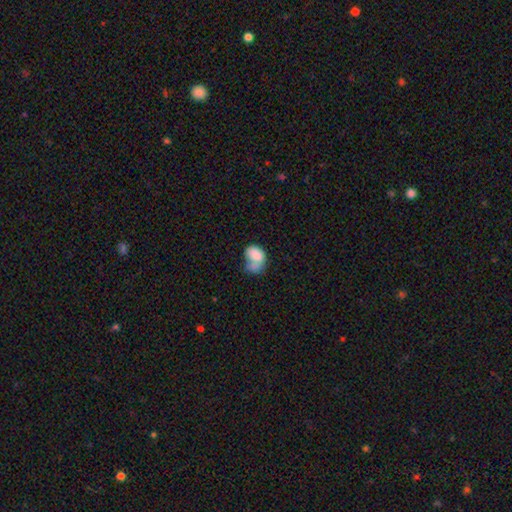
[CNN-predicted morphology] smooth-or-featured: smooth: 77% | featured or disk: 15% | star or artifact: 8%
  how-rounded: in between: 76% | round: 23% | cigar-shaped: 1%
  merging: merger: 43% | none: 22% | major disturbance: 18% | minor disturbance: 17%